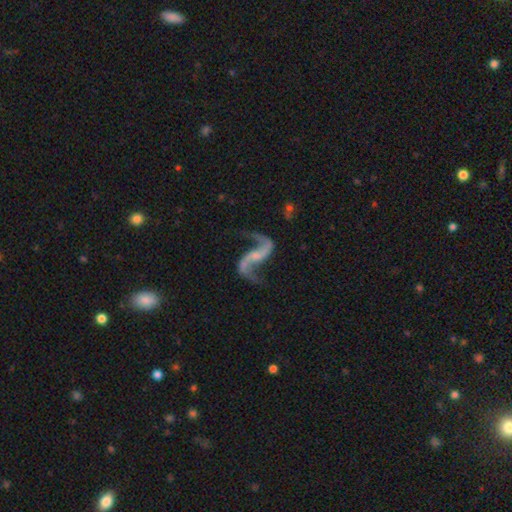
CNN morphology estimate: This is clearly a featured or disk galaxy (92%). It is clearly not viewed edge-on (97%). Bar: marginally no (39%). Spiral arm pattern: clearly yes (97%). Spiral arm count: clearly 2 (94%). Spiral winding: clearly loose (85%). Central bulge: possibly small (53%). Merging: likely none (73%).